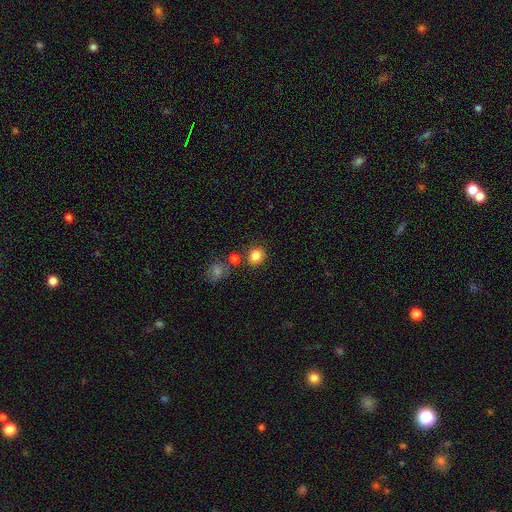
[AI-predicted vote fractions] Morphology: type=smooth (83%); roundness=round (81%); merging=none (77%).